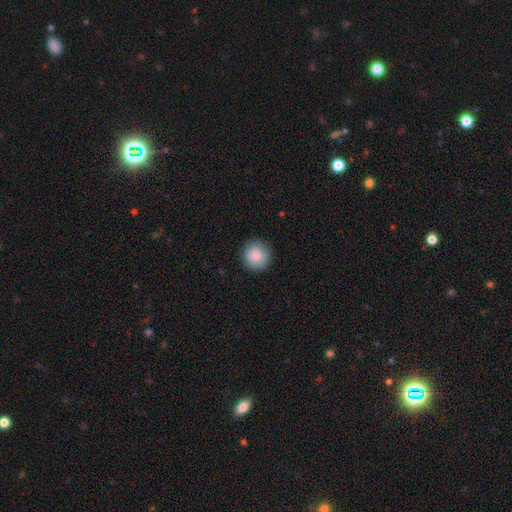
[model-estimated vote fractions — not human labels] smooth 88%, star or artifact 8%, featured or disk 5%. Down the decision tree: how rounded — round (94%); merging — none (90%).